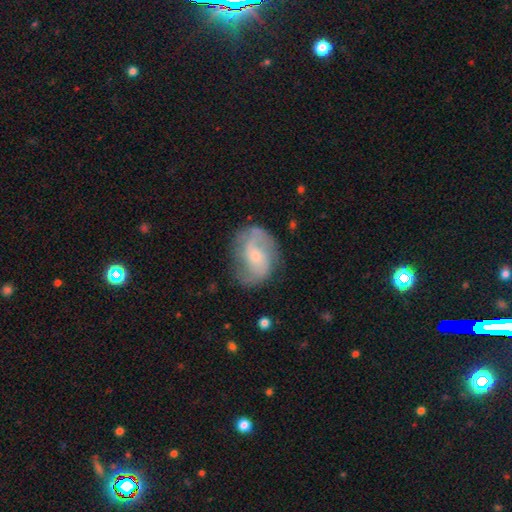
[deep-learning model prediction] smooth_or_featured: featured or disk (p=0.76) [alt: smooth p=0.18]
disk_edge_on: no (p=0.97) [alt: yes p=0.03]
bar: no (p=0.47) [alt: weak p=0.42]
has_spiral_arms: yes (p=0.92) [alt: no p=0.08]
spiral_winding: medium (p=0.46) [alt: loose p=0.36]
spiral_arm_count: 2 (p=0.86) [alt: can't tell p=0.07]
bulge_size: small (p=0.54) [alt: moderate p=0.34]
merging: none (p=0.71) [alt: minor disturbance p=0.18]